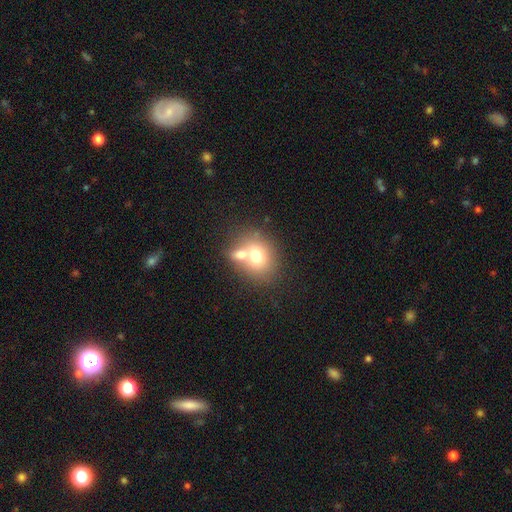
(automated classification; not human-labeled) Q: Smooth or featured?
A: smooth (69%); runner-up: featured or disk (20%)
Q: How rounded?
A: round (57%); runner-up: in between (42%)
Q: Merging?
A: merger (49%); runner-up: none (37%)